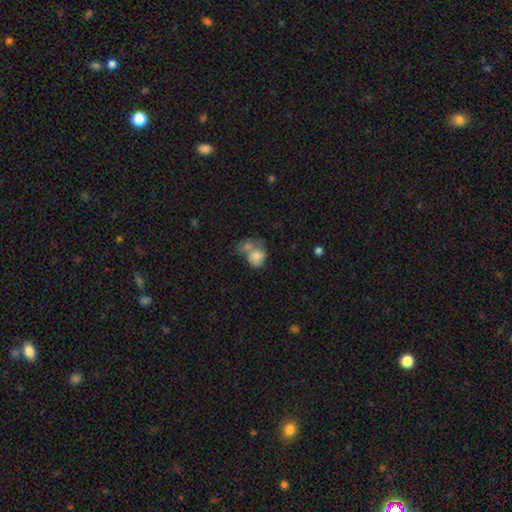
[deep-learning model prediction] Smooth or featured?
  - smooth: 71% *
  - featured or disk: 20%
  - star or artifact: 9%
How rounded?
  - round: 54% *
  - in between: 44%
  - cigar-shaped: 1%
Merging?
  - merger: 48% *
  - none: 22%
  - major disturbance: 15%
  - minor disturbance: 14%